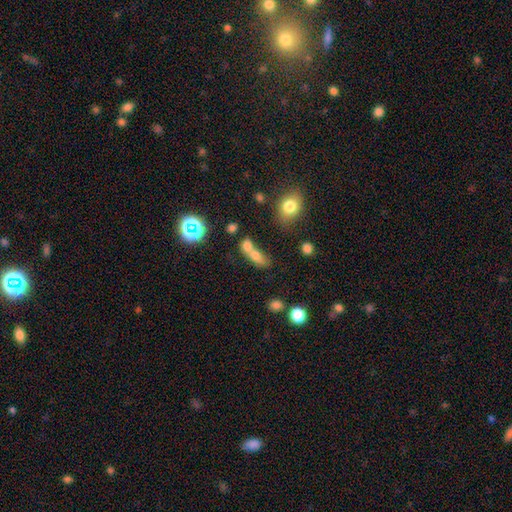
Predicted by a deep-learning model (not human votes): A smooth galaxy with no disk features (65%) that is in between round and cigar-shaped (62%). Merging: merger (64%).